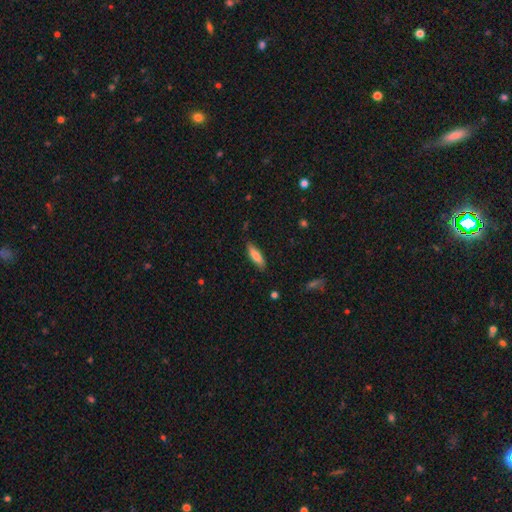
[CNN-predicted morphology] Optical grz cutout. It shows a smooth galaxy with no disk features (77%) that is cigar-shaped (50%). Merging: none (82%).